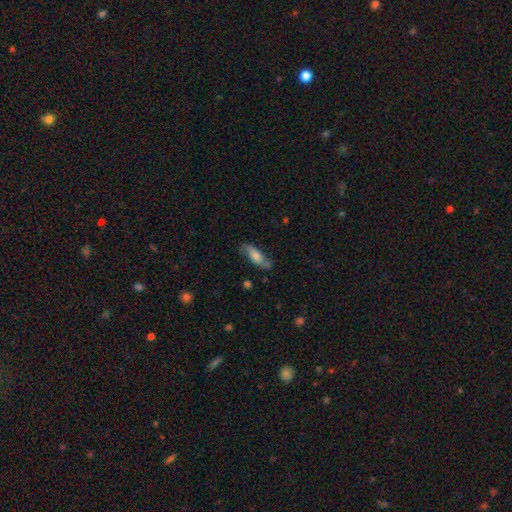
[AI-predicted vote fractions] Smooth or featured?
  - smooth: 54% *
  - featured or disk: 39%
  - star or artifact: 7%
How rounded?
  - in between: 56% *
  - cigar-shaped: 41%
  - round: 3%
Merging?
  - none: 70% *
  - minor disturbance: 21%
  - major disturbance: 6%
  - merger: 3%